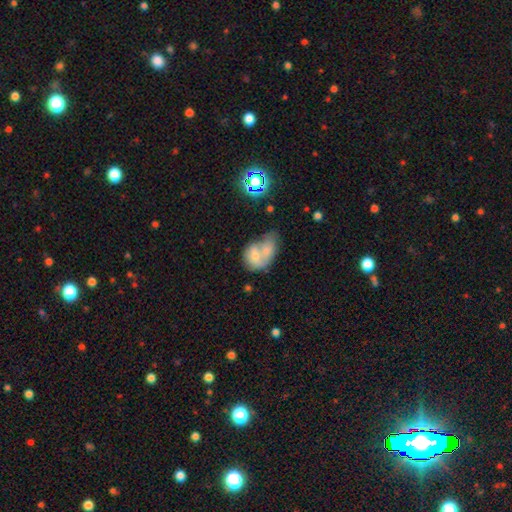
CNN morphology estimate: A smooth galaxy with no disk features (64%) that is in between round and cigar-shaped (61%). Merging: merger (71%).